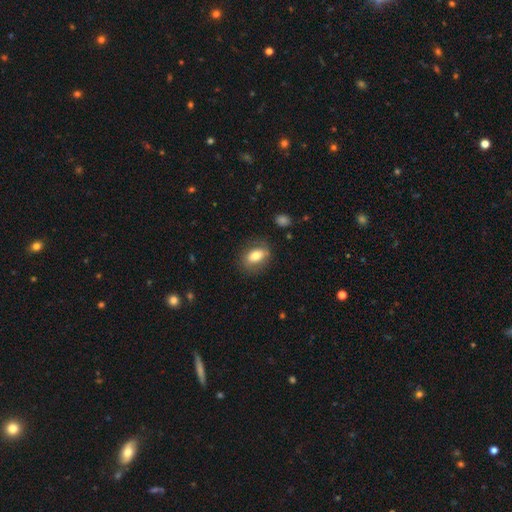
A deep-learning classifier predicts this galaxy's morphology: A smooth galaxy with no disk features (73%) that is in between round and cigar-shaped (80%). Merging: none (78%).